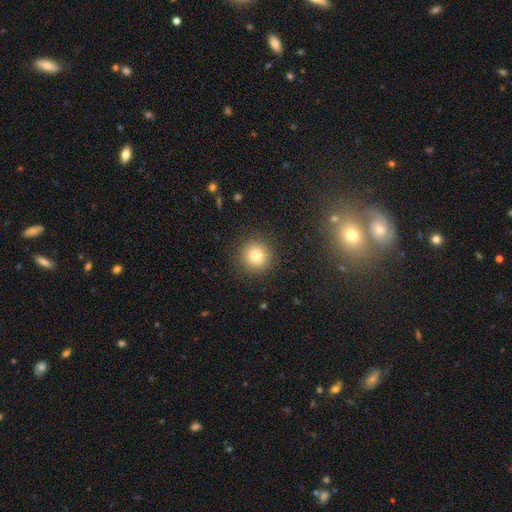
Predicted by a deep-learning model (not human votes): Smooth or featured?
  - smooth: 78% *
  - star or artifact: 13%
  - featured or disk: 9%
How rounded?
  - round: 94% *
  - in between: 5%
  - cigar-shaped: 1%
Merging?
  - none: 90% *
  - minor disturbance: 6%
  - major disturbance: 3%
  - merger: 1%